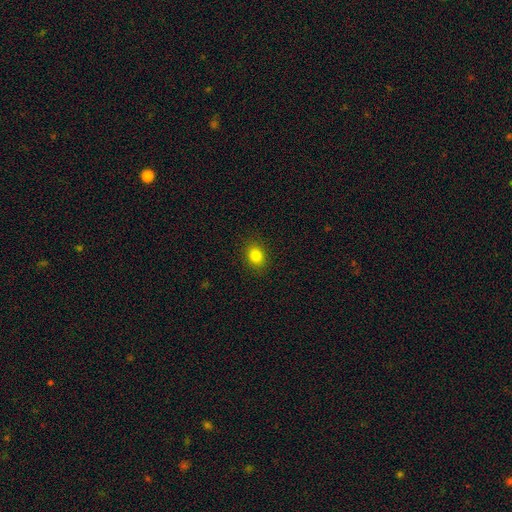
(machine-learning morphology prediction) This is clearly a smooth galaxy (83%). How rounded: possibly in between (51%). Merging: clearly none (89%).